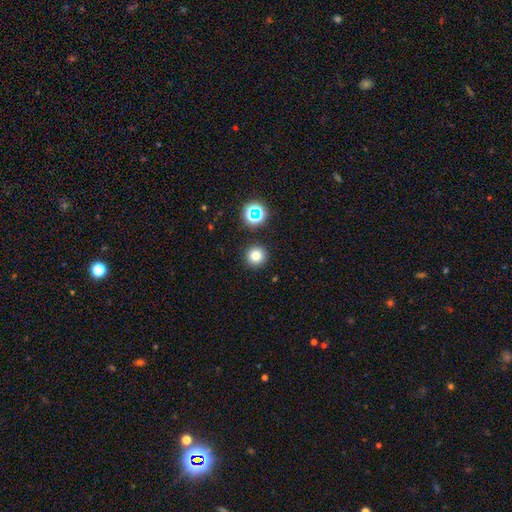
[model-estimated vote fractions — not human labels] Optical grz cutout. It shows a smooth galaxy with no disk features (77%) that is round (95%). Merging: none (90%).